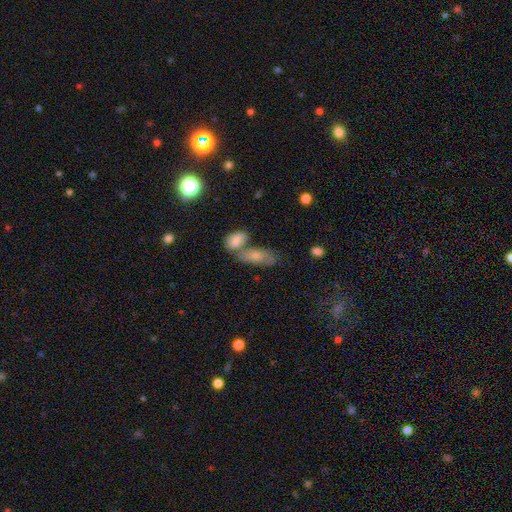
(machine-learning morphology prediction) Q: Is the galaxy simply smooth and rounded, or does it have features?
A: smooth — 73%.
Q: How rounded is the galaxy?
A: in between — 84%.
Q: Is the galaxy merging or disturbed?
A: merger — 42%.